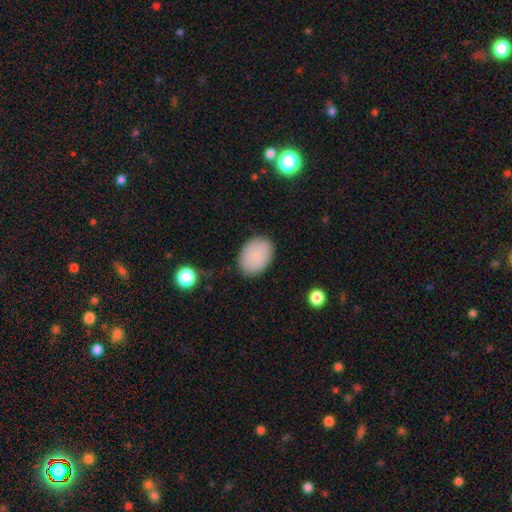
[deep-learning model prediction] Smooth or featured? Predicted: smooth (p=0.85). How rounded? Predicted: in between (p=0.80). Merging? Predicted: none (p=0.85).